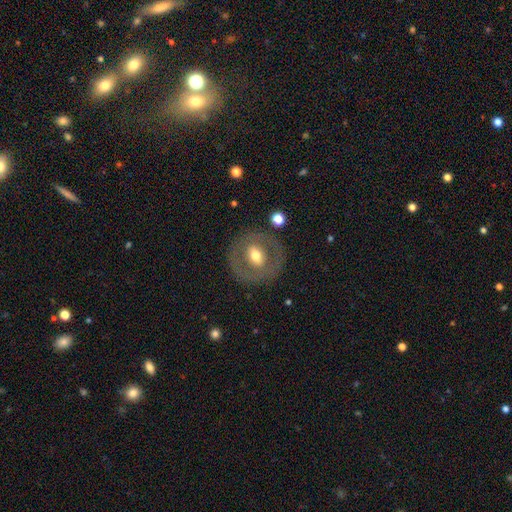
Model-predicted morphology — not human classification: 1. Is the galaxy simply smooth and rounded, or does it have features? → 51% featured or disk, 43% smooth, 6% star or artifact.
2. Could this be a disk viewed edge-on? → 93% no, 7% yes.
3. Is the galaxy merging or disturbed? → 82% none, 10% minor disturbance, 6% major disturbance, 2% merger.